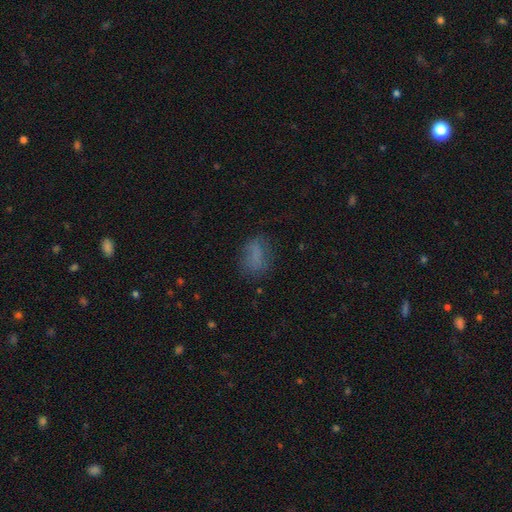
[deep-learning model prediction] Smooth or featured: smooth — 72% (featured or disk — 15%)
How rounded: in between — 73% (round — 22%)
Merging: none — 67% (minor disturbance — 21%)